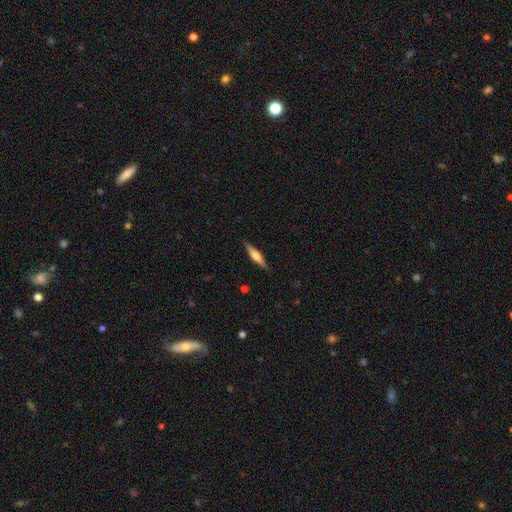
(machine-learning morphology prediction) This appears to be a featured or disk galaxy (50%). Merging: none (89%).